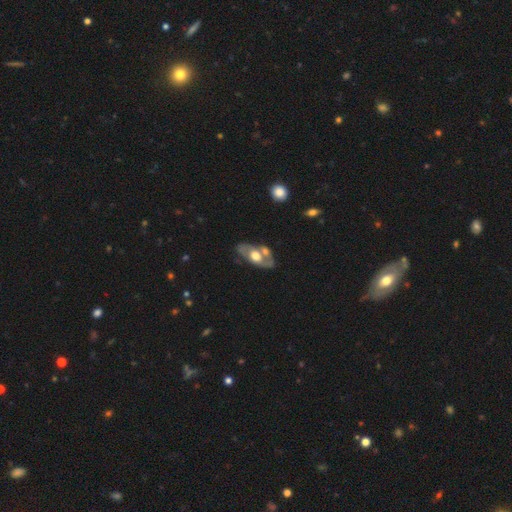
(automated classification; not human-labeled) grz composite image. It shows a featured or disk galaxy (61%). Merging: none (56%).